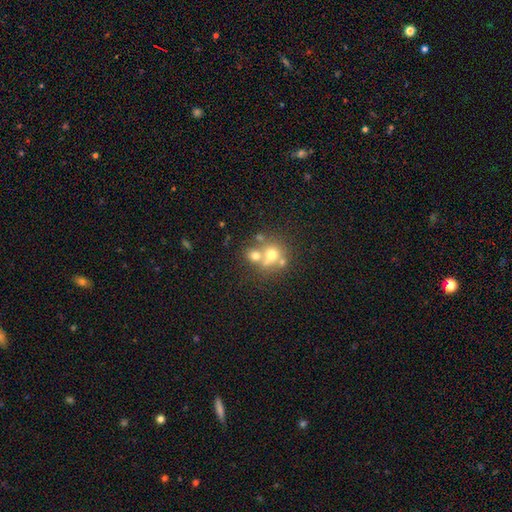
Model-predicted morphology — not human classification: A smooth galaxy with no disk features (62%) that is round (79%).

Vote fractions:
- Smooth or featured? smooth: 62% / featured or disk: 23% / star or artifact: 16%
- How rounded? round: 79% / in between: 20% / cigar-shaped: 1%
- Merging? merger: 49% / none: 39% / minor disturbance: 8% / major disturbance: 5%